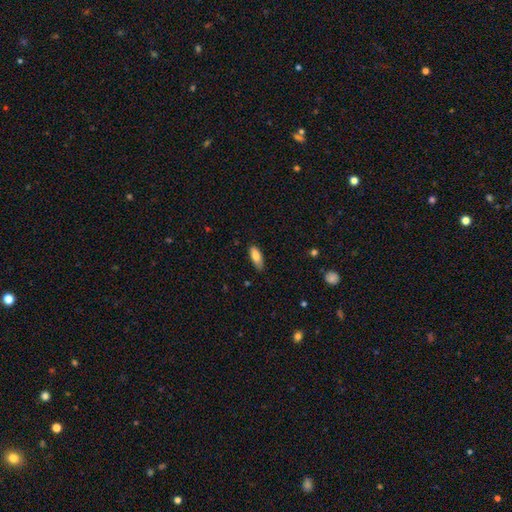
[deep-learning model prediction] Overall: smooth (80%). How rounded: in between (77%). Merging: none (75%).